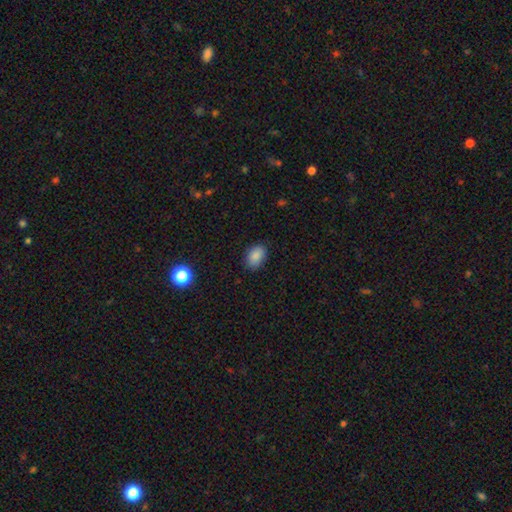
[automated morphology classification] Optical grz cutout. It shows a smooth galaxy with no disk features (87%) that is in between round and cigar-shaped (82%). Merging: none (84%).